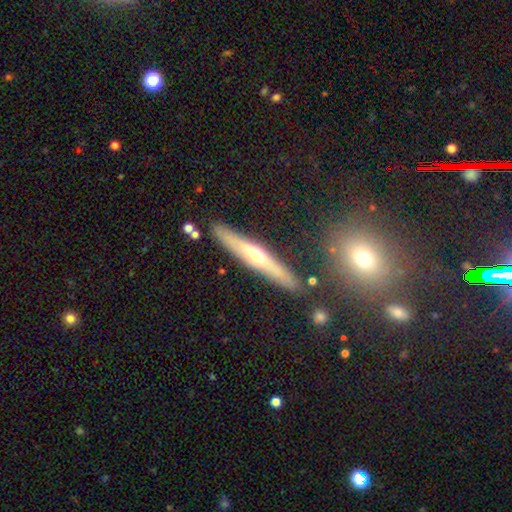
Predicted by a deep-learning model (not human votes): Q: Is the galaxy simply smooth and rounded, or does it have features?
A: featured or disk — 61%.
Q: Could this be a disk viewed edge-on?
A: yes — 92%.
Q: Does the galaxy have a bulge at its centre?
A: rounded — 84%.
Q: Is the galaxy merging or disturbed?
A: none — 87%.